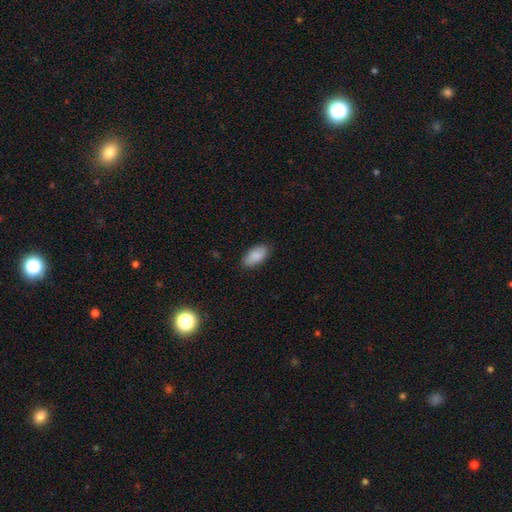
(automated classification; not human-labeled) smooth_or_featured: smooth (p=0.88) [alt: star or artifact p=0.06]
how_rounded: in between (p=0.92) [alt: cigar-shaped p=0.05]
merging: none (p=0.84) [alt: minor disturbance p=0.13]